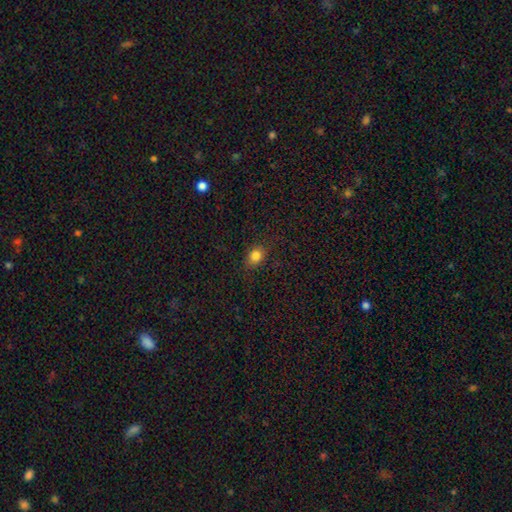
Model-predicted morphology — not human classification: Smooth or featured? Predicted: smooth (p=0.82). How rounded? Predicted: round (p=0.50). Merging? Predicted: none (p=0.82).